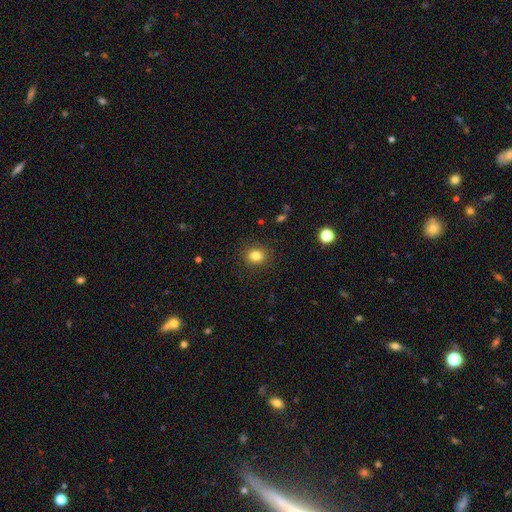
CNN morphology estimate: This is clearly a smooth galaxy (83%). How rounded: likely round (74%). Merging: clearly none (89%).